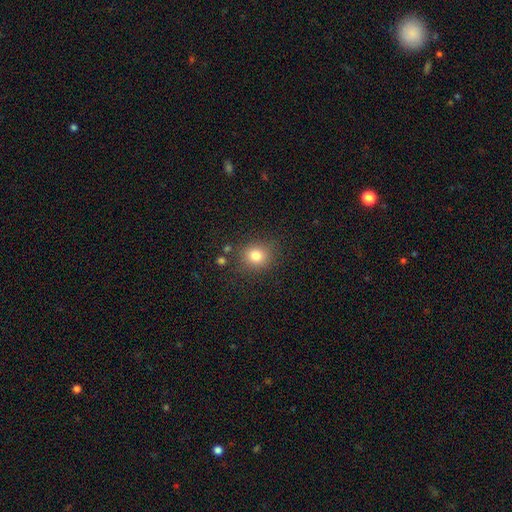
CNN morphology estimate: Smooth or featured?
  - smooth: 81% *
  - star or artifact: 12%
  - featured or disk: 7%
How rounded?
  - round: 78% *
  - in between: 21%
  - cigar-shaped: 1%
Merging?
  - none: 82% *
  - minor disturbance: 11%
  - major disturbance: 4%
  - merger: 3%